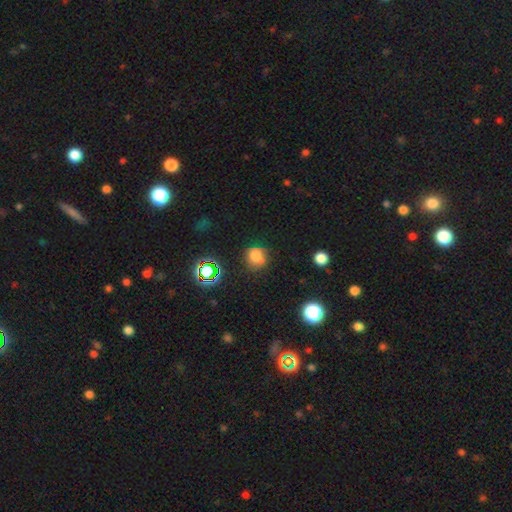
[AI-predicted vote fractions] A smooth galaxy with no disk features (70%) that is round (81%). Merging: none (69%).